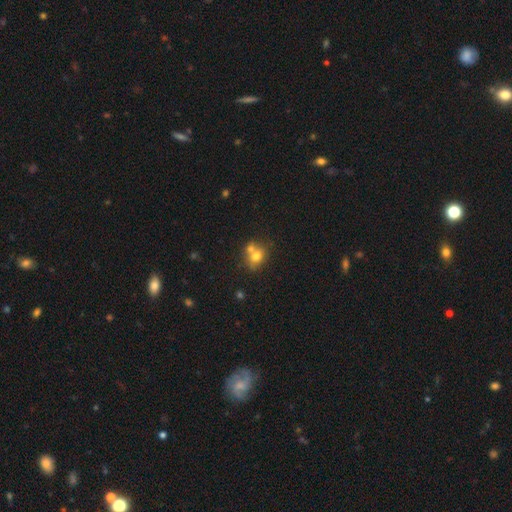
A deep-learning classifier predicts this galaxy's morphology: Smooth or featured?
  - smooth: 71% *
  - featured or disk: 17%
  - star or artifact: 12%
How rounded?
  - round: 60% *
  - in between: 39%
  - cigar-shaped: 1%
Merging?
  - merger: 43% *
  - none: 42%
  - minor disturbance: 11%
  - major disturbance: 4%